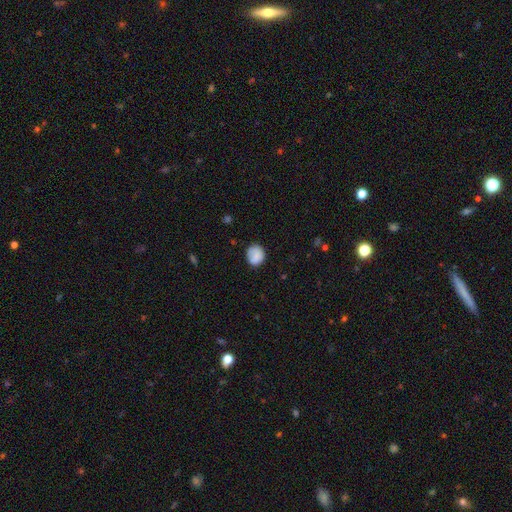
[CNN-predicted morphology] This is clearly a smooth galaxy (83%). How rounded: likely round (74%). Merging: likely none (73%).